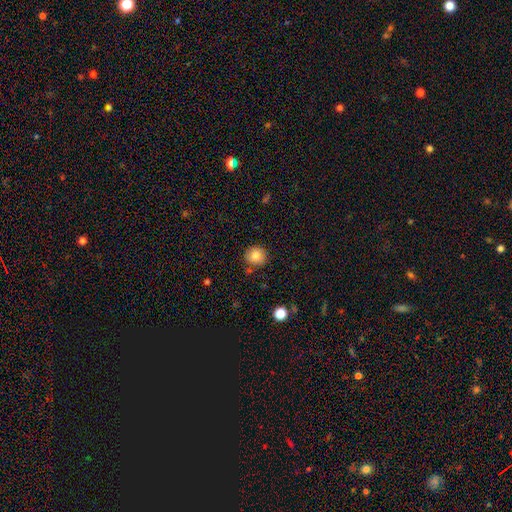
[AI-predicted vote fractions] smooth 82%, star or artifact 10%, featured or disk 8%. Down the decision tree: how rounded — round (90%); merging — none (84%).